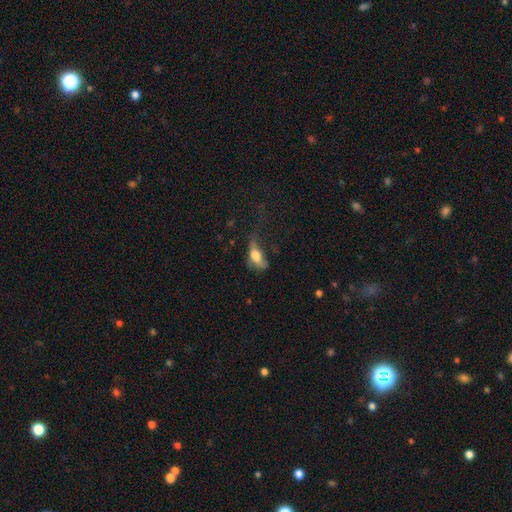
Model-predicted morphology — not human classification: Overall: smooth (64%; featured or disk 27%). How rounded: in between (79%). Merging: major disturbance (45%; minor disturbance 27%).